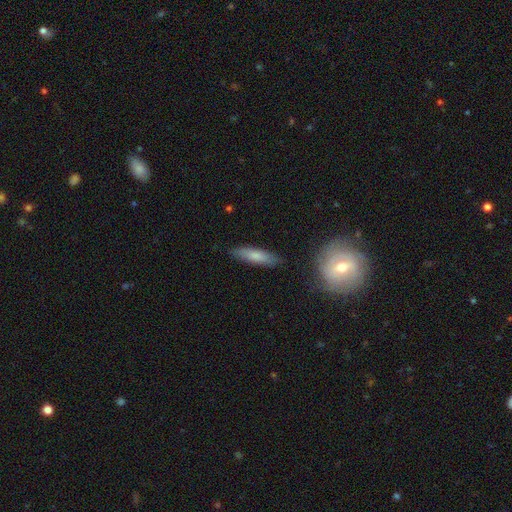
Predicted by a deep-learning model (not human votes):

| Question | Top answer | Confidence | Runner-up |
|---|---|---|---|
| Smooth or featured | smooth | 73% | featured or disk (21%) |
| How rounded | cigar-shaped | 73% | in between (25%) |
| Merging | none | 84% | minor disturbance (11%) |